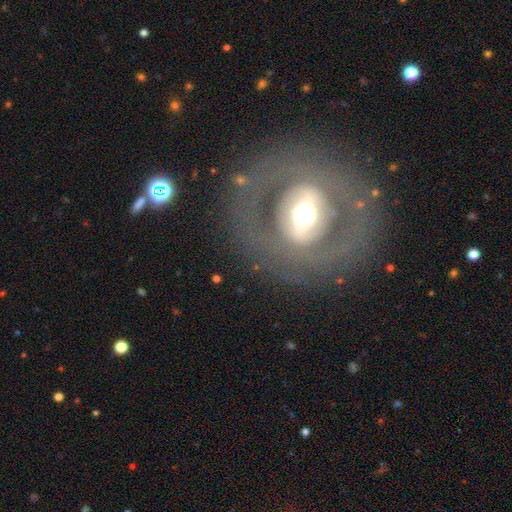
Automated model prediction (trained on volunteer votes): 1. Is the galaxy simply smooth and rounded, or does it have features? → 68% featured or disk, 23% smooth, 8% star or artifact.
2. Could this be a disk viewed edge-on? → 91% no, 9% yes.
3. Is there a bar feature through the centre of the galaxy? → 34% no, 33% strong, 33% weak.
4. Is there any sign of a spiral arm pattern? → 68% no, 32% yes.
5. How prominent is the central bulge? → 56% moderate, 26% large, 13% small, 4% dominant, 1% none.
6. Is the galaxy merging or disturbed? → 80% none, 11% minor disturbance, 8% major disturbance, 2% merger.